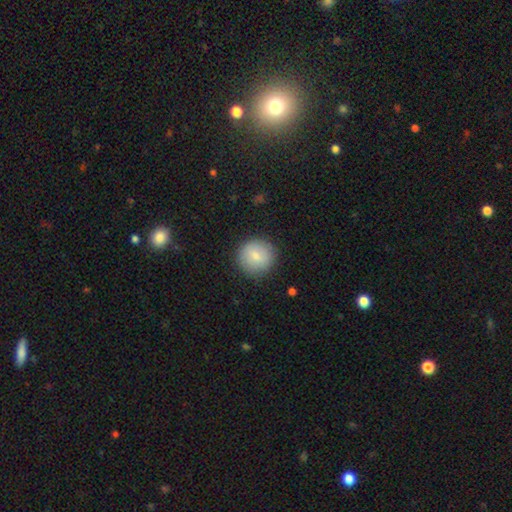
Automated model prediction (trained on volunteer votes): Smooth or featured? Predicted: smooth (p=0.81). How rounded? Predicted: round (p=0.93). Merging? Predicted: none (p=0.87).